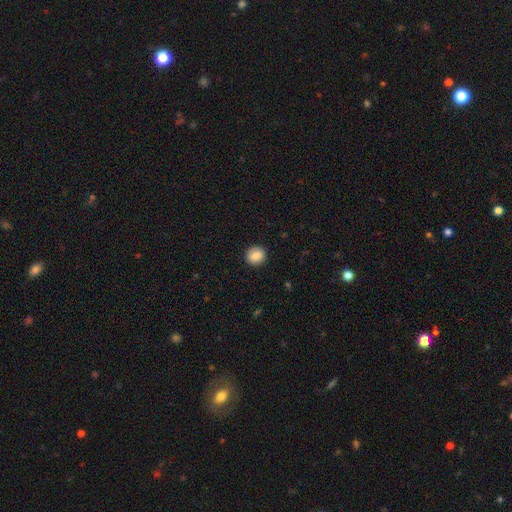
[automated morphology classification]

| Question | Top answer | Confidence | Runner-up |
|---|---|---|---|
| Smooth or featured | smooth | 86% | star or artifact (8%) |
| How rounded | round | 90% | in between (9%) |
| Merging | none | 92% | minor disturbance (5%) |